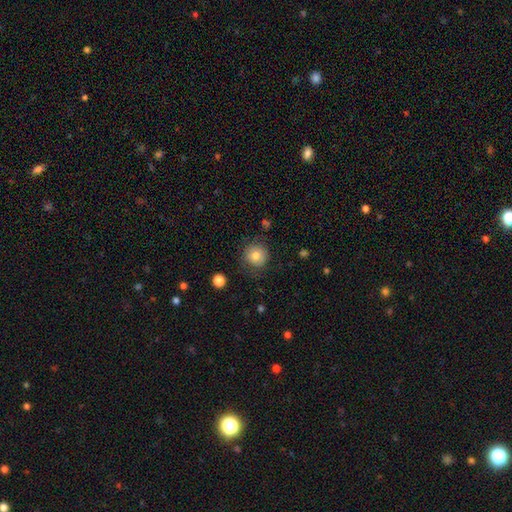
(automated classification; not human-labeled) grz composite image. It shows a smooth galaxy with no disk features (79%) that is round (93%). Merging: none (80%).